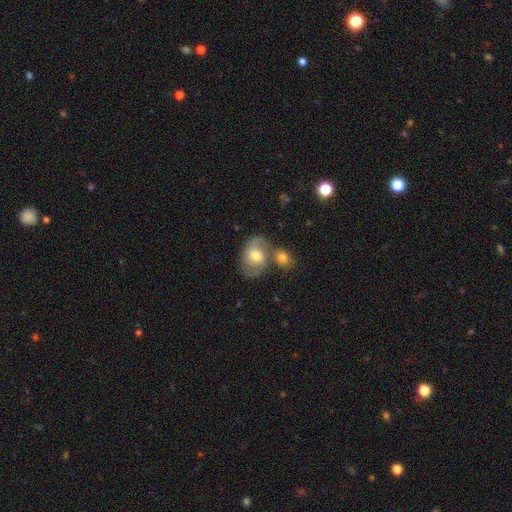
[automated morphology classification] The model was most divided on "merging" (2-way tie): none: 40%, merger: 40%, minor disturbance: 13%, major disturbance: 7%. More confident: edge-on disk — no (96%); spiral arms — yes (81%); bulge size — moderate (67%); smooth or featured — featured or disk (59%); bar — no (58%).